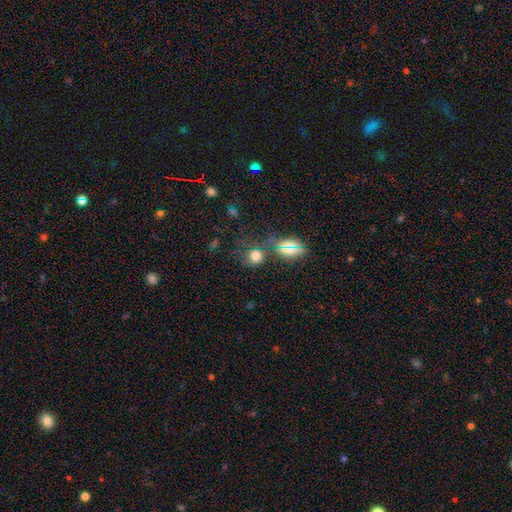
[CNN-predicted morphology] A smooth galaxy with no disk features (67%) that is round (81%). Merging: none (70%).